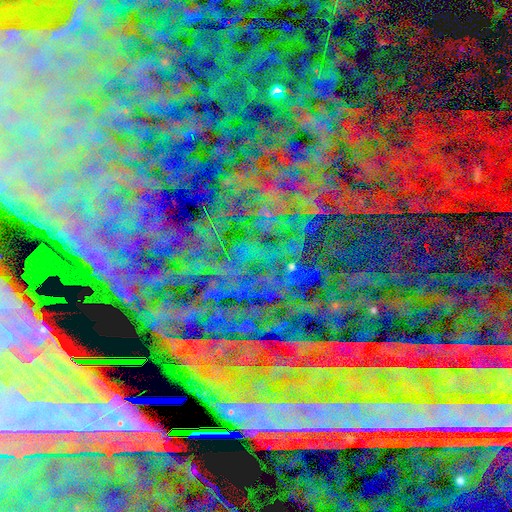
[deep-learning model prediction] smooth_or_featured: star or artifact (p=0.88) [alt: featured or disk p=0.06]